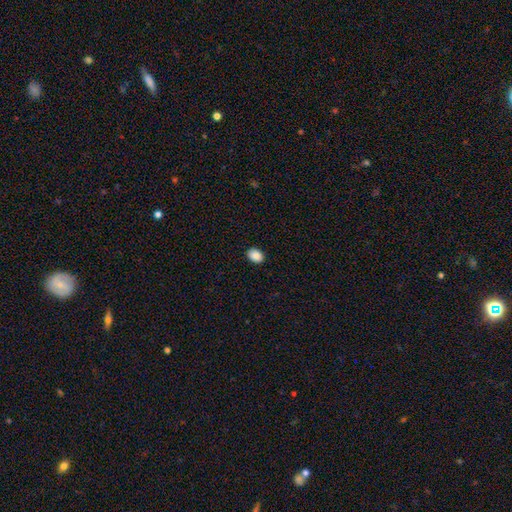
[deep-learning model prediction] smooth 89%, star or artifact 8%, featured or disk 3%. Down the decision tree: how rounded — in between (76%); merging — none (89%).